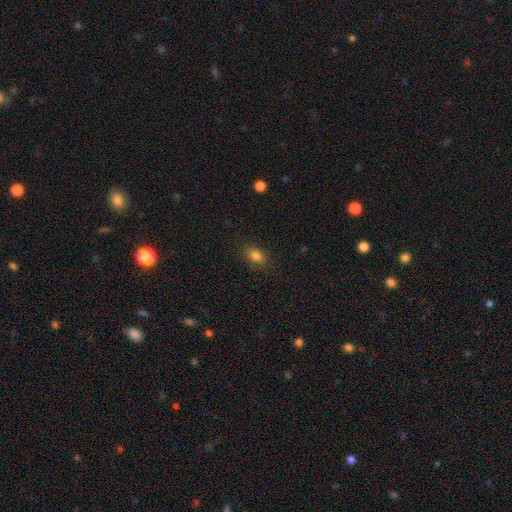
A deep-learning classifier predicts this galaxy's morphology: This appears to be a smooth galaxy with no disk features (82%) that is in between round and cigar-shaped (73%). Merging: none (83%).